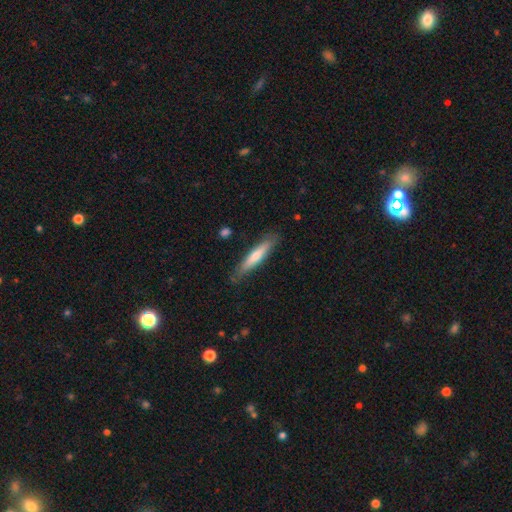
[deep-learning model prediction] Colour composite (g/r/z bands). It shows a smooth galaxy with no disk features (62%) that is cigar-shaped (89%). Merging: none (84%).